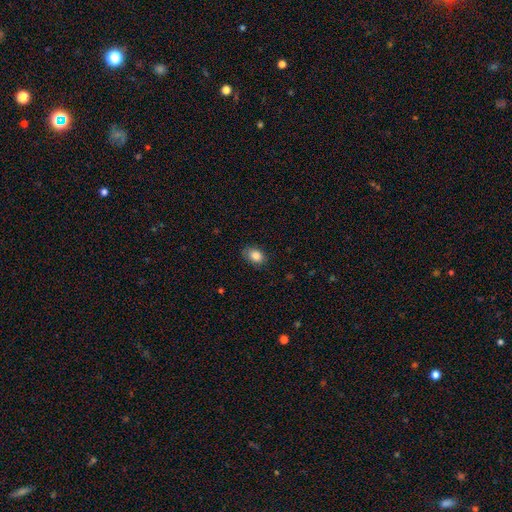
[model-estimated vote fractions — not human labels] This appears to be a smooth galaxy with no disk features (86%) that is in between round and cigar-shaped (75%). Merging: none (77%).